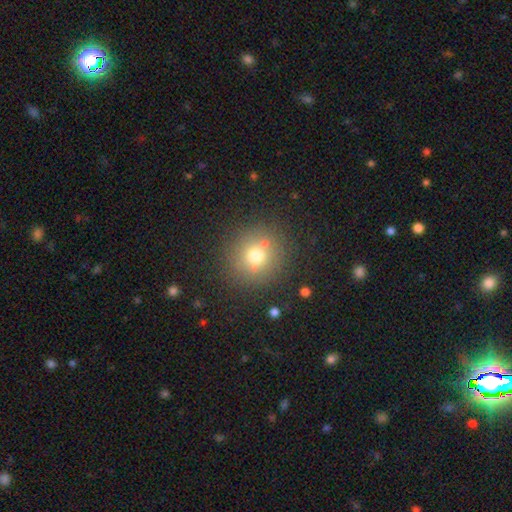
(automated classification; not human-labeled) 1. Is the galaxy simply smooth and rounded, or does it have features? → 70% smooth, 16% star or artifact, 14% featured or disk.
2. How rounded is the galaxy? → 93% round, 7% in between, 1% cigar-shaped.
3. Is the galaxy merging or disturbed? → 80% none, 9% minor disturbance, 8% merger, 3% major disturbance.